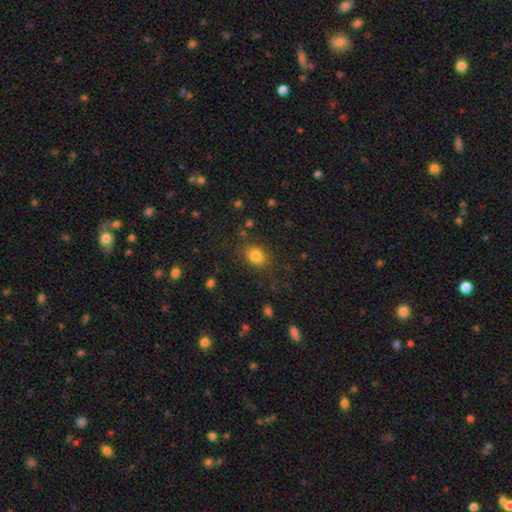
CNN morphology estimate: Overall: smooth (82%). How rounded: round (55%; in between 43%). Merging: none (78%).